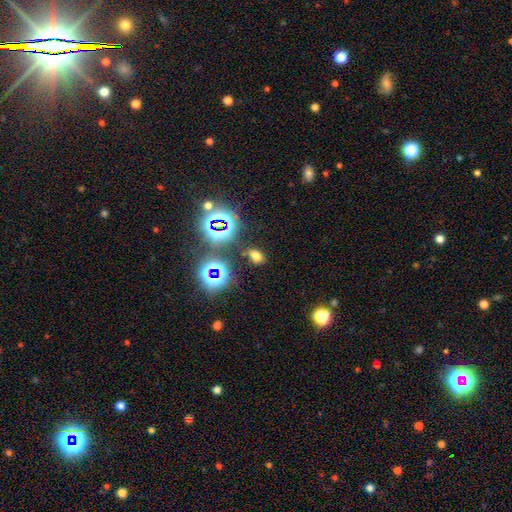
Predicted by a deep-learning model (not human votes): Smooth or featured?
  - smooth: 60% *
  - star or artifact: 32%
  - featured or disk: 8%
How rounded?
  - in between: 78% *
  - round: 20%
  - cigar-shaped: 2%
Merging?
  - none: 79% *
  - minor disturbance: 11%
  - merger: 6%
  - major disturbance: 5%